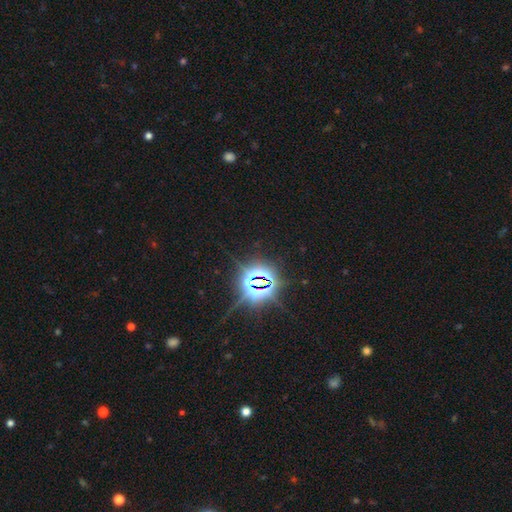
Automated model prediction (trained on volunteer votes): Morphology: type=star or artifact (85%).